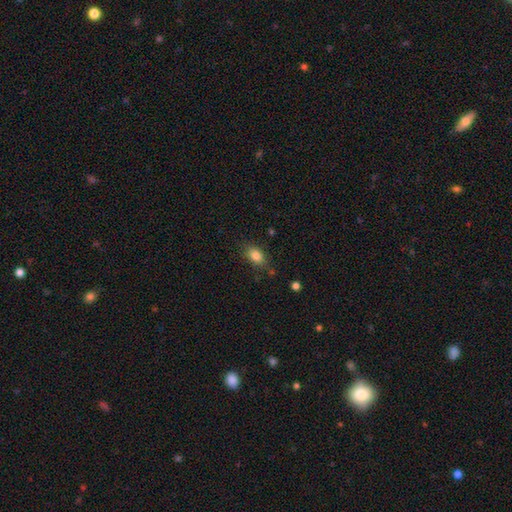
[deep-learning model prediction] Smooth or featured? smooth (85%)
How rounded? in between (82%)
Merging? none (76%)